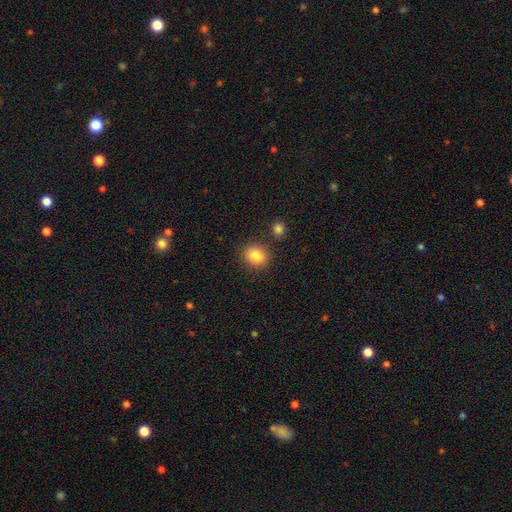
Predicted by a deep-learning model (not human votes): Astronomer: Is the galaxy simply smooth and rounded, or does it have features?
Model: smooth — 85%.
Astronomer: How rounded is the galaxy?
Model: round — 68%.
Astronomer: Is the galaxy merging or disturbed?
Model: none — 84%.